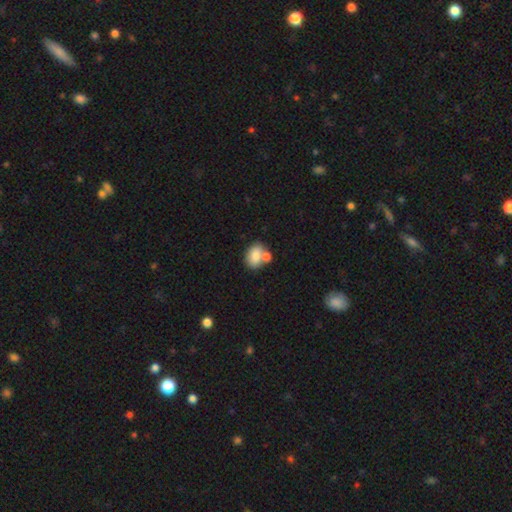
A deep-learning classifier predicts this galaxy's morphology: Smooth or featured?
  - smooth: 81% *
  - featured or disk: 11%
  - star or artifact: 8%
How rounded?
  - in between: 77% *
  - round: 21%
  - cigar-shaped: 1%
Merging?
  - none: 48% *
  - merger: 36%
  - minor disturbance: 12%
  - major disturbance: 4%